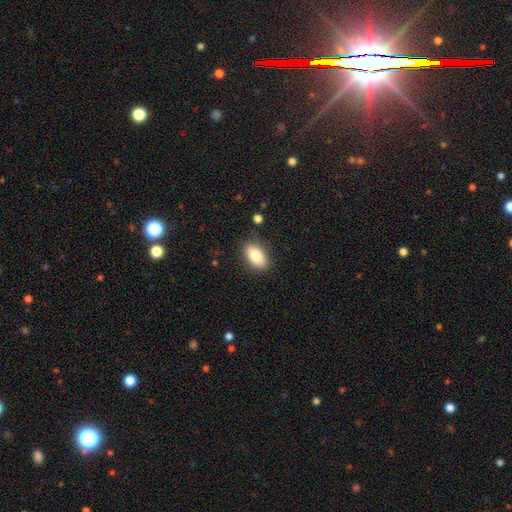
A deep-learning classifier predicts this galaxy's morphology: Smooth or featured? Predicted: smooth (p=0.83). How rounded? Predicted: in between (p=0.91). Merging? Predicted: none (p=0.85).